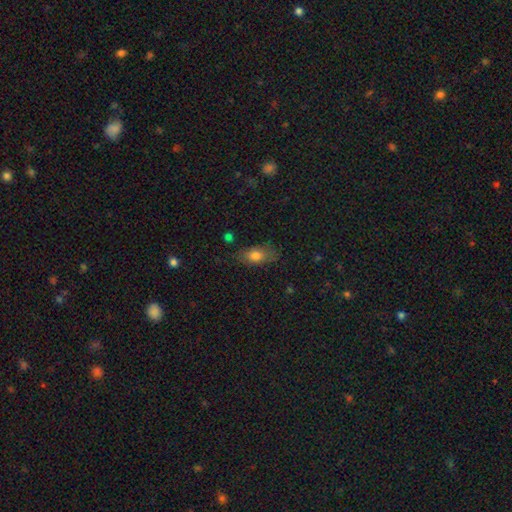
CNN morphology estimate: Overall: smooth (78%). How rounded: in between (82%). Merging: none (74%).